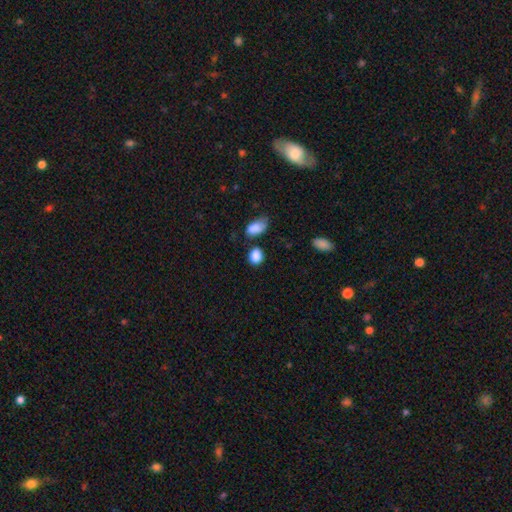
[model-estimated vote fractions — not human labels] smooth 88%, star or artifact 9%, featured or disk 4%. Down the decision tree: how rounded — in between (49%, tied with round); merging — none (74%).